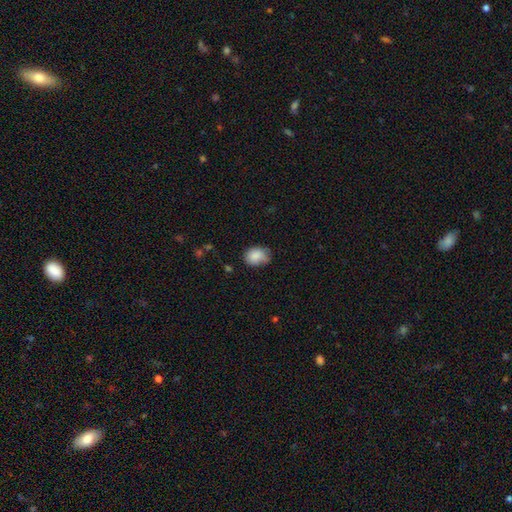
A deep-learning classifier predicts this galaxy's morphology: Smooth or featured: smooth — 85% (star or artifact — 8%)
How rounded: in between — 56% (round — 43%)
Merging: none — 56% (minor disturbance — 34%)